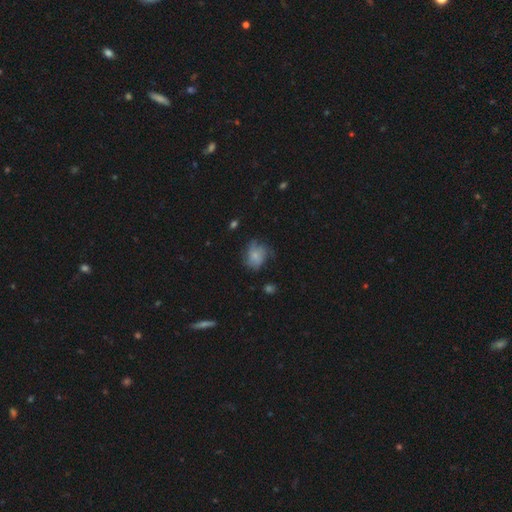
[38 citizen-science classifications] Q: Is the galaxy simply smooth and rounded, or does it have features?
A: smooth — 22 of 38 (58%).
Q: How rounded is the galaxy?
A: round — 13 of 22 (59%).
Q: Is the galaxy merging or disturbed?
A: none — 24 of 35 (69%).